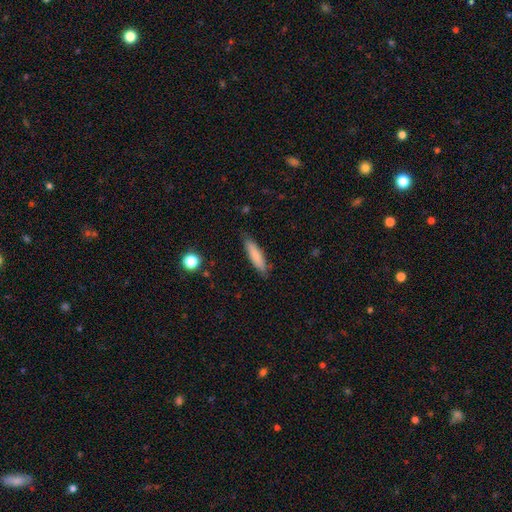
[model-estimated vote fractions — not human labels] Q: Smooth or featured?
A: smooth (79%); runner-up: featured or disk (14%)
Q: How rounded?
A: cigar-shaped (77%); runner-up: in between (21%)
Q: Merging?
A: none (82%); runner-up: minor disturbance (14%)